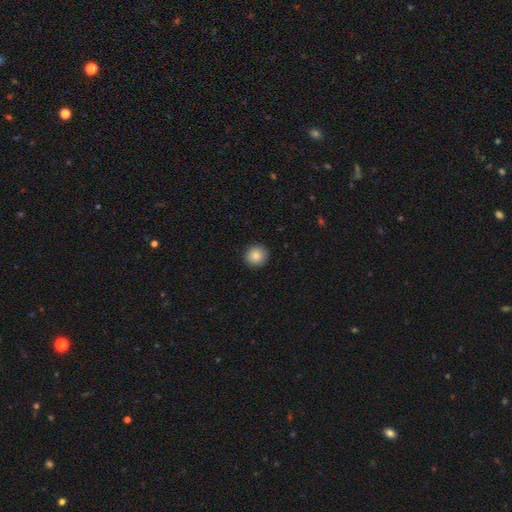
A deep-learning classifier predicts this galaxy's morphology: smooth-or-featured: smooth: 86% | star or artifact: 9% | featured or disk: 5%
  how-rounded: round: 91% | in between: 8% | cigar-shaped: 1%
  merging: none: 92% | minor disturbance: 6% | major disturbance: 2% | merger: 1%